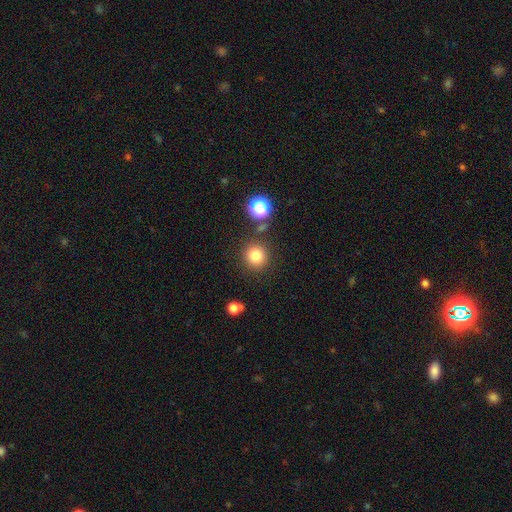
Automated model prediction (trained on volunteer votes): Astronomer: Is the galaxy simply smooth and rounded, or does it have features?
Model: smooth — 81%.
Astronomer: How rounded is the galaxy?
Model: round — 93%.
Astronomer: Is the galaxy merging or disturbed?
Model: none — 85%.